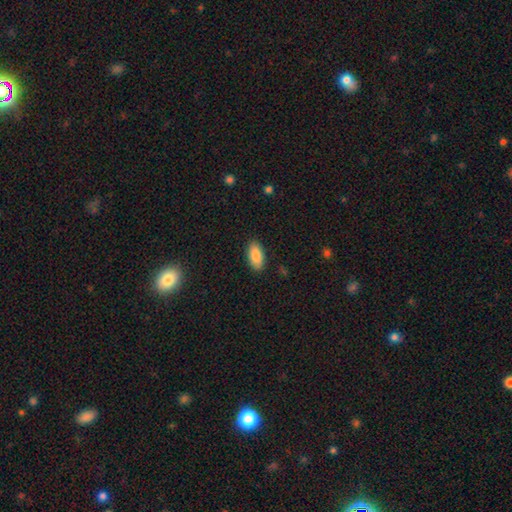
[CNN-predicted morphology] The model was most divided on "merging": none: 89%, minor disturbance: 8%, major disturbance: 2%, merger: 1%. More confident: how rounded — in between (91%); smooth or featured — smooth (88%).